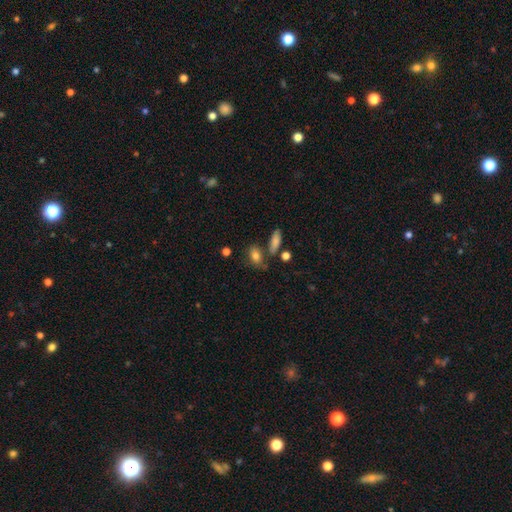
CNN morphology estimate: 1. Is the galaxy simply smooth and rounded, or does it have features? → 80% smooth, 11% featured or disk, 9% star or artifact.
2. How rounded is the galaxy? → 82% in between, 12% round, 6% cigar-shaped.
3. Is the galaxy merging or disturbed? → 63% none, 18% minor disturbance, 14% merger, 6% major disturbance.